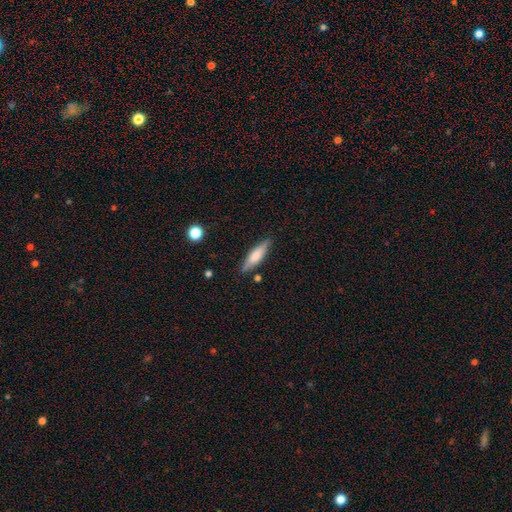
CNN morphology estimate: A smooth galaxy with no disk features (60%) that is cigar-shaped (66%). Merging: none (83%).